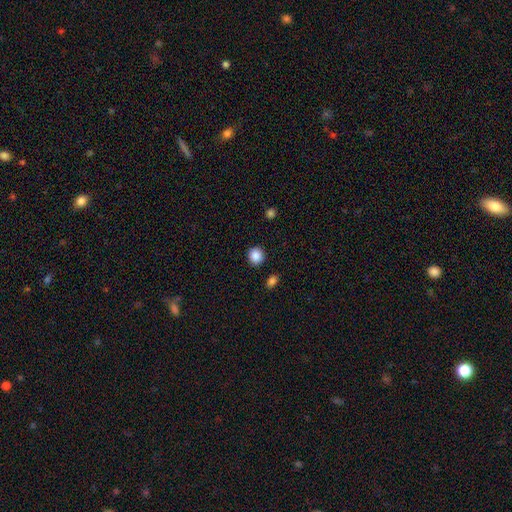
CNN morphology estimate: Smooth or featured?
  - smooth: 88% *
  - star or artifact: 9%
  - featured or disk: 3%
How rounded?
  - round: 88% *
  - in between: 11%
  - cigar-shaped: 1%
Merging?
  - none: 90% *
  - minor disturbance: 6%
  - major disturbance: 2%
  - merger: 2%